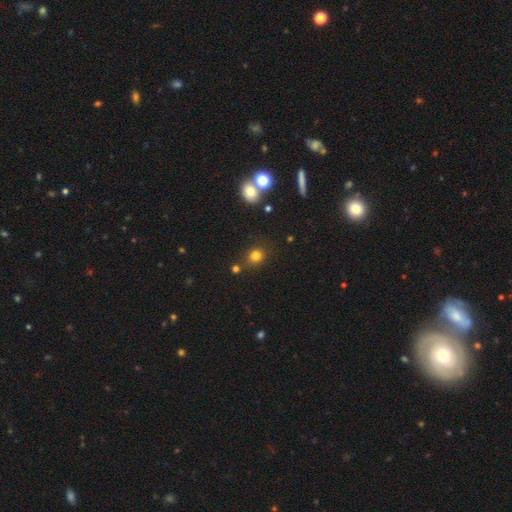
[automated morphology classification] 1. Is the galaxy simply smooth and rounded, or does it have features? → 79% smooth, 15% star or artifact, 6% featured or disk.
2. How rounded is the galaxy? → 78% round, 20% in between, 1% cigar-shaped.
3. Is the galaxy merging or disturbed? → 77% none, 11% minor disturbance, 8% merger, 4% major disturbance.